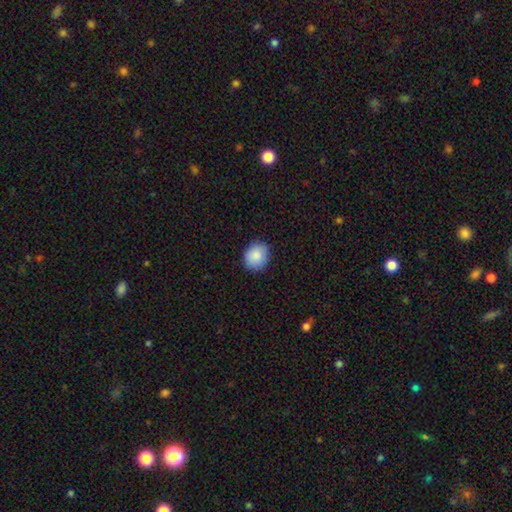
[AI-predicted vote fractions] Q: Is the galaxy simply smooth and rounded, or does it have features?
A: smooth — 87%.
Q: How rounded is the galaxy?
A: round — 67%.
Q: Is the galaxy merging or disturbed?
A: none — 87%.